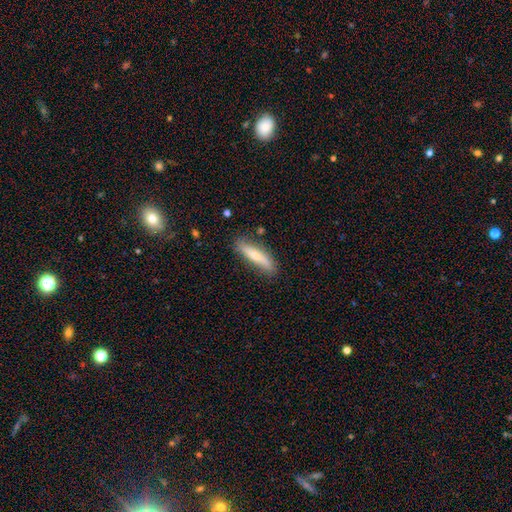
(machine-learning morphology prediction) type=smooth (63%); roundness=cigar-shaped (79%); merging=none (80%).